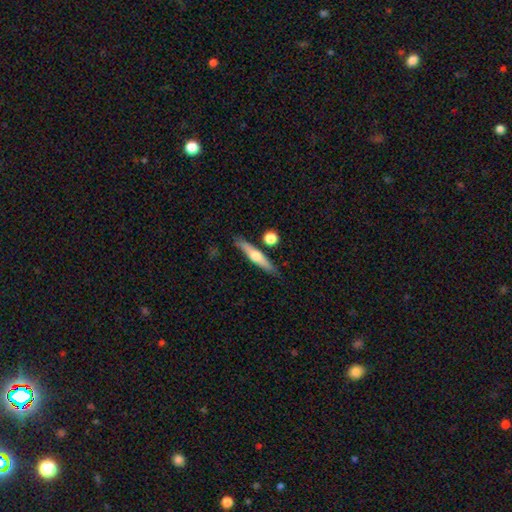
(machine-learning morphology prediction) smooth-or-featured: featured or disk: 50% | smooth: 44% | star or artifact: 6%
  disk-edge-on: yes: 93% | no: 7%
  merging: none: 81% | minor disturbance: 10% | merger: 7% | major disturbance: 2%